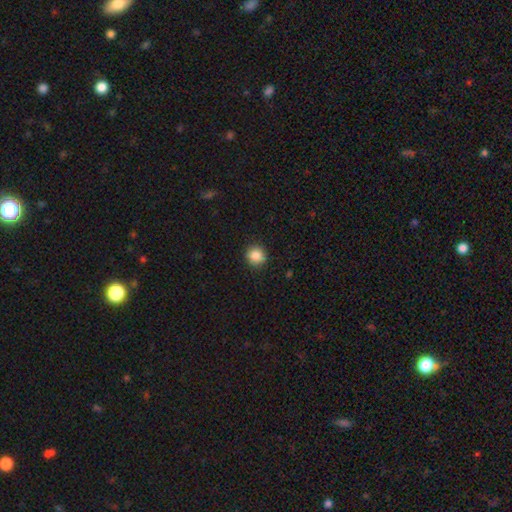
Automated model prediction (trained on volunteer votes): Q: Smooth or featured?
A: smooth (86%); runner-up: star or artifact (10%)
Q: How rounded?
A: round (89%); runner-up: in between (10%)
Q: Merging?
A: none (89%); runner-up: minor disturbance (8%)